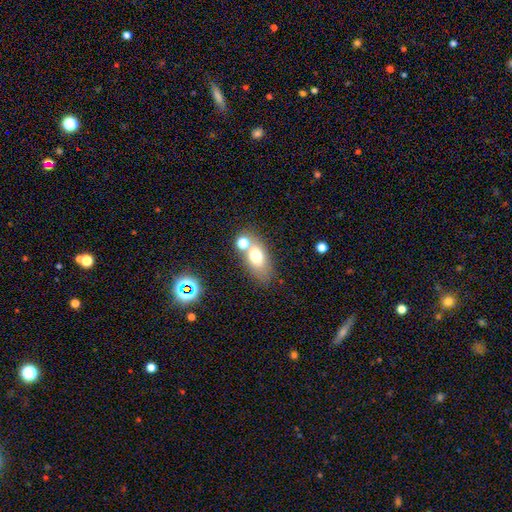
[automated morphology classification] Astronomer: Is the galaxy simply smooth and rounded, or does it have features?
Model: smooth — 68%.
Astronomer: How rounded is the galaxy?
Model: in between — 79%.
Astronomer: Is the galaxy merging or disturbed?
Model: none — 56%.